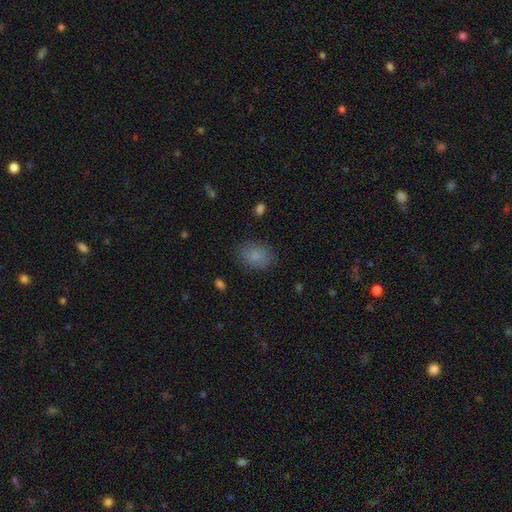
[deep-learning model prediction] smooth 84%, star or artifact 9%, featured or disk 7%. Down the decision tree: how rounded — in between (69%); merging — none (83%).